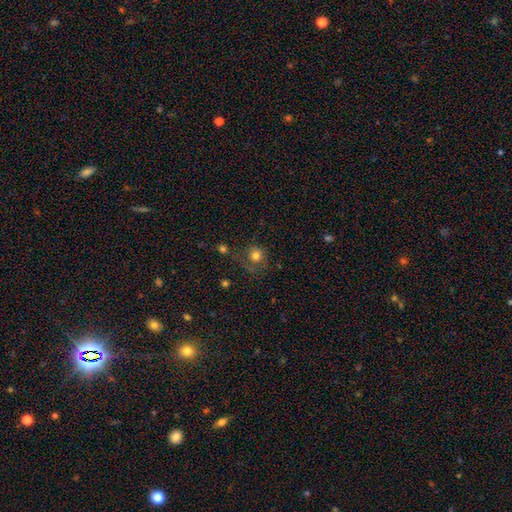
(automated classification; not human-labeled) A smooth galaxy with no disk features (76%) that is round (85%).

Vote fractions:
- Smooth or featured? smooth: 76% / star or artifact: 14% / featured or disk: 10%
- How rounded? round: 85% / in between: 14% / cigar-shaped: 1%
- Merging? none: 60% / minor disturbance: 19% / major disturbance: 13% / merger: 8%